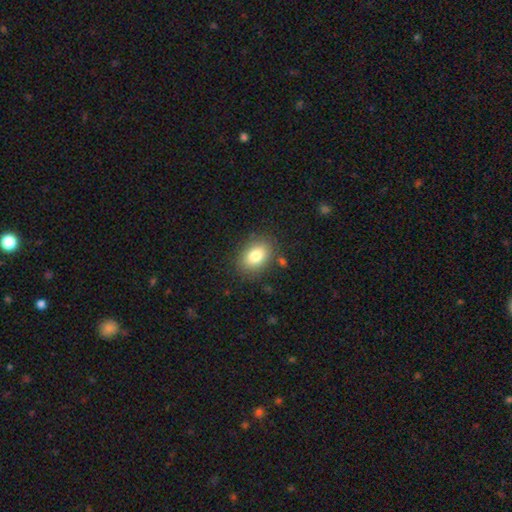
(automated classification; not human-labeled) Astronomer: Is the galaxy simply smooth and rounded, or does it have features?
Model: smooth — 81%.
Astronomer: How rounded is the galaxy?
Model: in between — 78%.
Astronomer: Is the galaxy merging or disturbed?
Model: none — 84%.